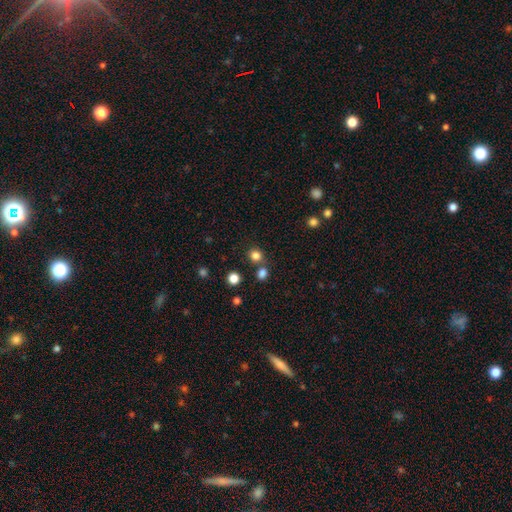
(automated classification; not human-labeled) A smooth galaxy with no disk features (81%) that is round (84%).

Vote fractions:
- Smooth or featured? smooth: 81% / star or artifact: 14% / featured or disk: 5%
- How rounded? round: 84% / in between: 15% / cigar-shaped: 1%
- Merging? none: 72% / merger: 17% / minor disturbance: 8% / major disturbance: 3%